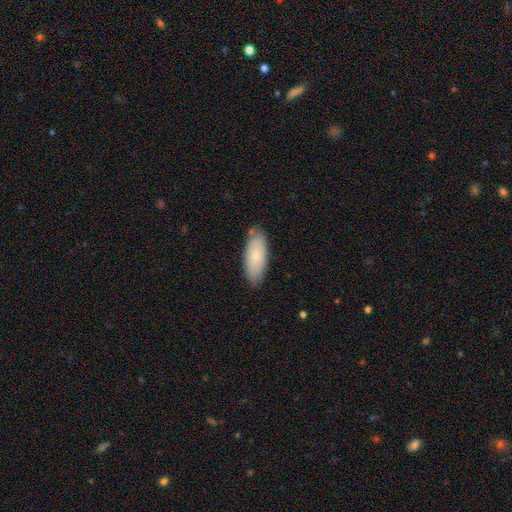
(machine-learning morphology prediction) This is likely a smooth galaxy (75%). How rounded: clearly in between (82%). Merging: likely none (80%).